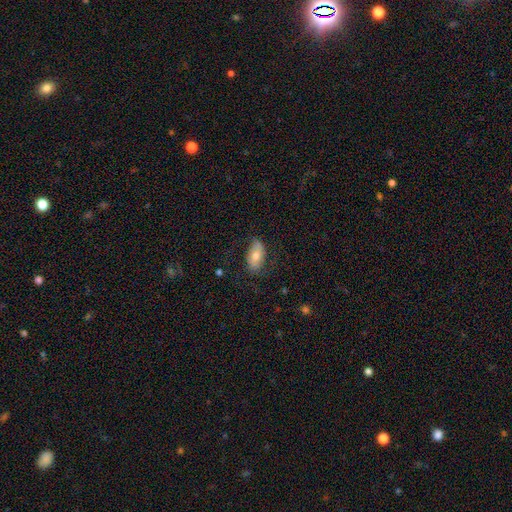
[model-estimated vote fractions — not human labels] The model was most divided on "smooth or featured": smooth: 60%, featured or disk: 33%, star or artifact: 7%. More confident: how rounded — in between (91%); merging — none (67%).